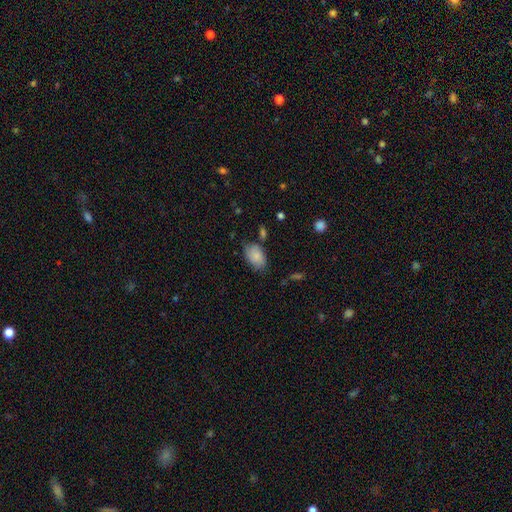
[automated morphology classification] Smooth or featured? smooth (83%)
How rounded? in between (88%)
Merging? none (65%)